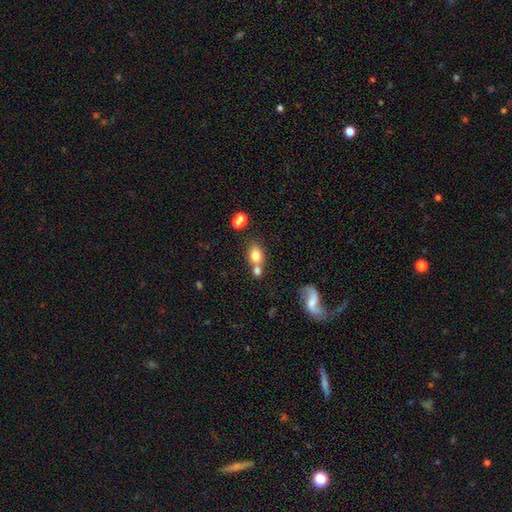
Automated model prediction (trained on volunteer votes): A smooth galaxy with no disk features (76%) that is in between round and cigar-shaped (60%).

Vote fractions:
- Smooth or featured? smooth: 76% / featured or disk: 14% / star or artifact: 11%
- How rounded? in between: 60% / round: 38% / cigar-shaped: 2%
- Merging? none: 45% / merger: 39% / minor disturbance: 11% / major disturbance: 5%